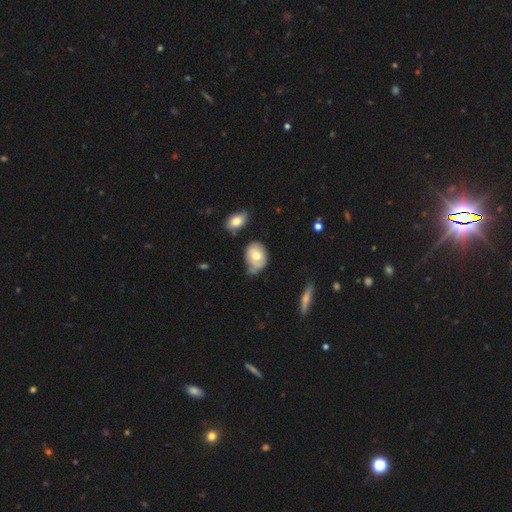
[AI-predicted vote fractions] Q: Smooth or featured?
A: smooth (62%); runner-up: featured or disk (31%)
Q: How rounded?
A: in between (69%); runner-up: round (30%)
Q: Merging?
A: minor disturbance (42%); runner-up: none (40%)